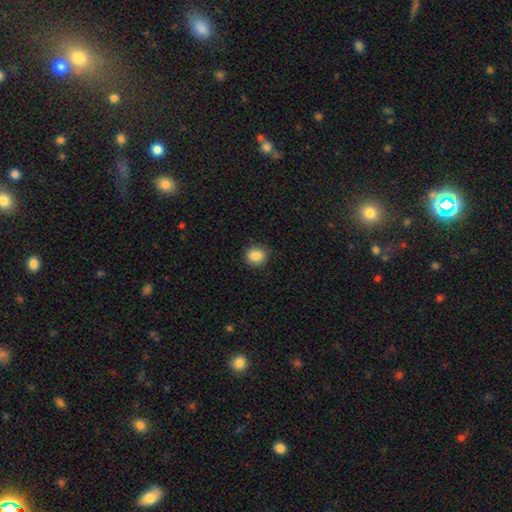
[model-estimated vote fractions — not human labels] A smooth galaxy with no disk features (87%) that is round (82%). Merging: none (88%).